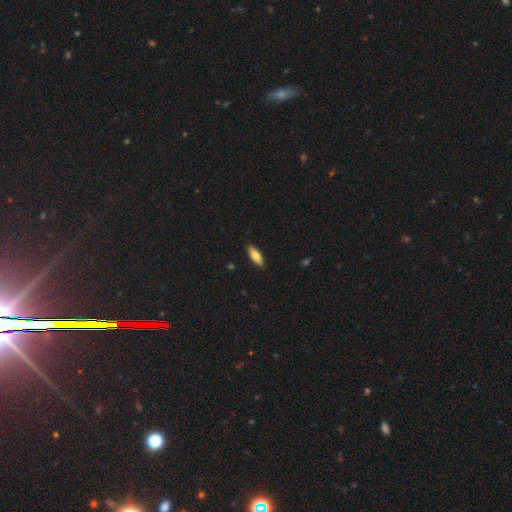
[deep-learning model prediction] Smooth or featured?
  - smooth: 73% *
  - featured or disk: 20%
  - star or artifact: 6%
How rounded?
  - in between: 63% *
  - cigar-shaped: 35%
  - round: 2%
Merging?
  - none: 89% *
  - minor disturbance: 9%
  - major disturbance: 2%
  - merger: 1%